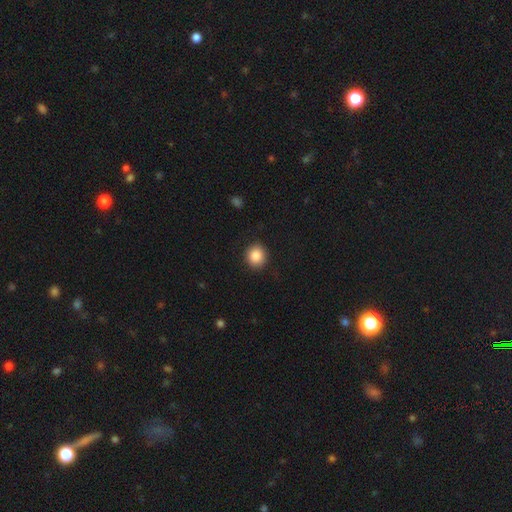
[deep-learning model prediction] Morphology: type=smooth (86%); roundness=round (84%); merging=none (90%).